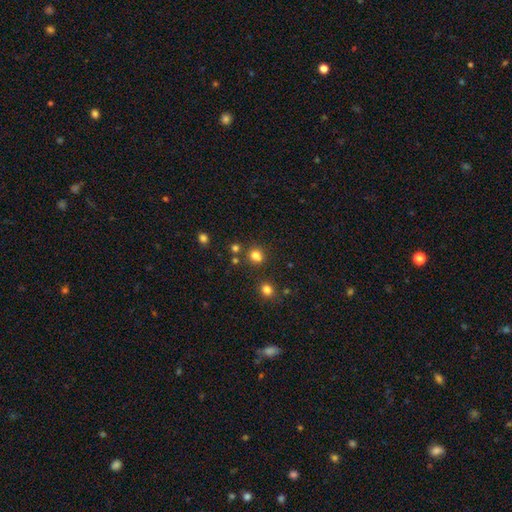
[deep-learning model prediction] smooth_or_featured: smooth (p=0.77) [alt: star or artifact p=0.17]
how_rounded: round (p=0.80) [alt: in between p=0.19]
merging: none (p=0.71) [alt: merger p=0.15]